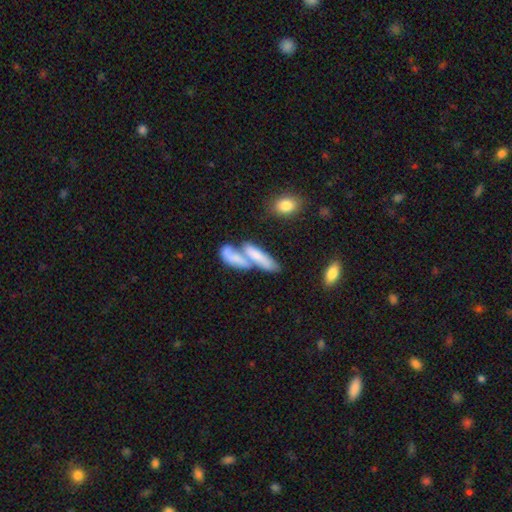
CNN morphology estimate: type=smooth (59%); roundness=cigar-shaped (56%); merging=merger (56%).